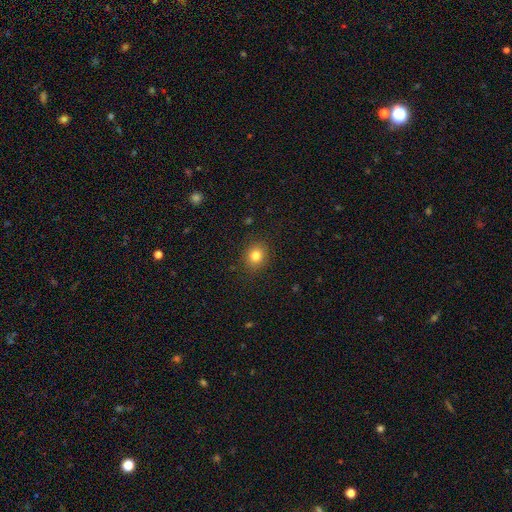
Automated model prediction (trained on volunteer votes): Smooth or featured?
  - smooth: 81% *
  - star or artifact: 11%
  - featured or disk: 7%
How rounded?
  - round: 72% *
  - in between: 27%
  - cigar-shaped: 1%
Merging?
  - none: 88% *
  - minor disturbance: 8%
  - major disturbance: 2%
  - merger: 1%